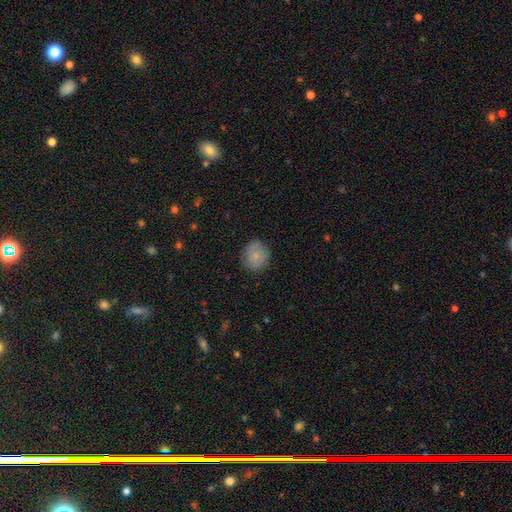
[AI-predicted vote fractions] A smooth galaxy with no disk features (79%) that is round (85%). Merging: none (84%).